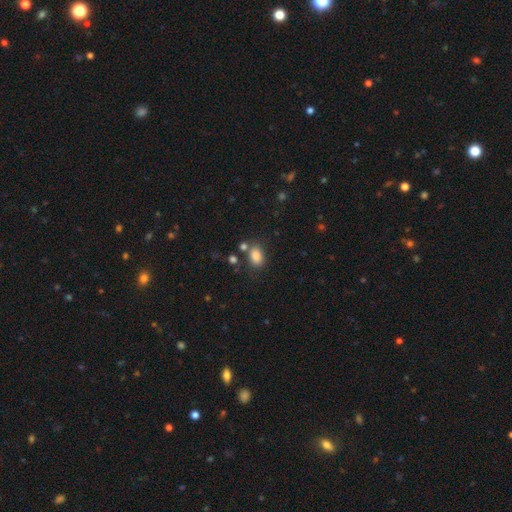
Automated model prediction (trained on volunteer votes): Overall: smooth (85%). How rounded: in between (78%). Merging: none (69%).